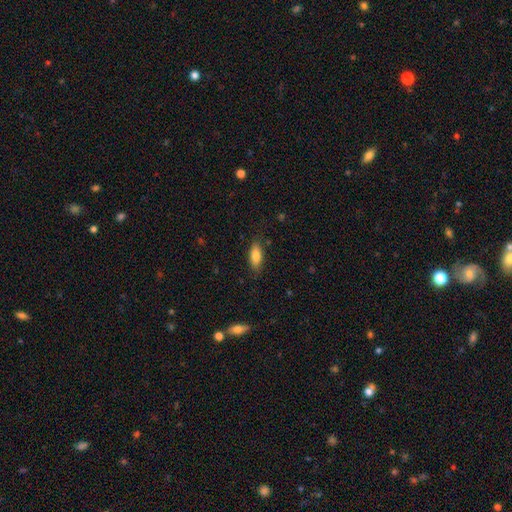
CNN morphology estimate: Overall: smooth (79%). How rounded: in between (79%). Merging: none (83%).